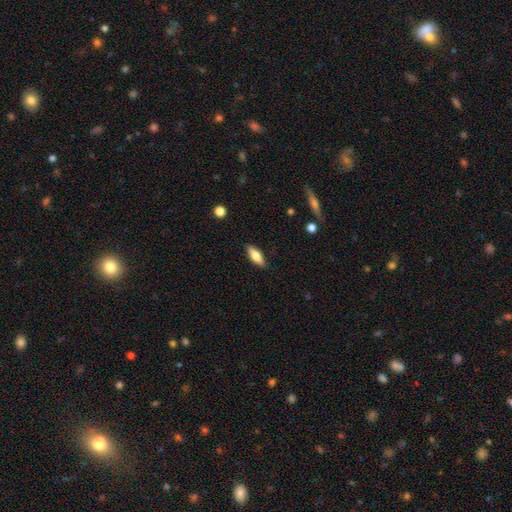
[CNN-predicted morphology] This is likely a smooth galaxy (65%). How rounded: likely in between (64%). Merging: clearly none (87%).